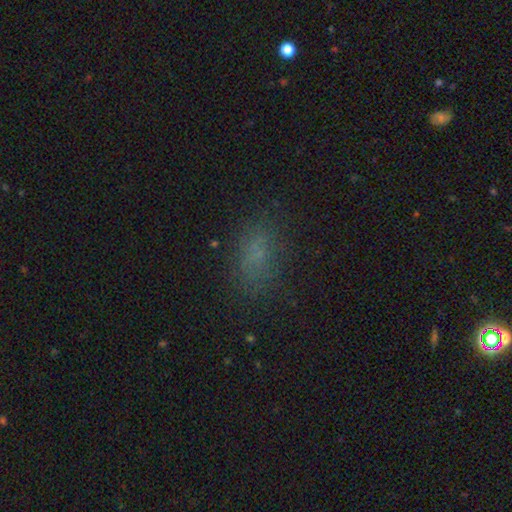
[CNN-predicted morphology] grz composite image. It shows a smooth galaxy with no disk features (68%) that is in between round and cigar-shaped (85%). Merging: none (72%).